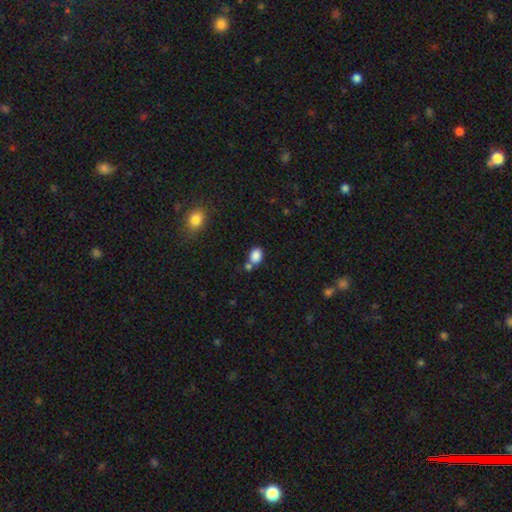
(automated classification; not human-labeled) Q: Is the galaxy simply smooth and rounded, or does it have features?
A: smooth — 85%.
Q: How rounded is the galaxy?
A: in between — 69%.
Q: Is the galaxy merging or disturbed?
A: none — 55%.